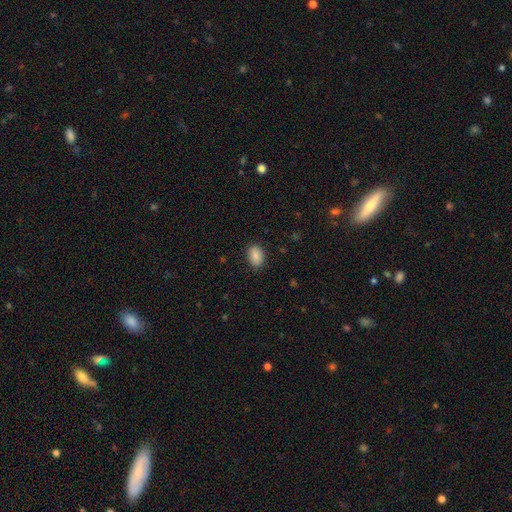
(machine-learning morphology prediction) This is clearly a smooth galaxy (86%). How rounded: clearly in between (82%). Merging: clearly none (87%).